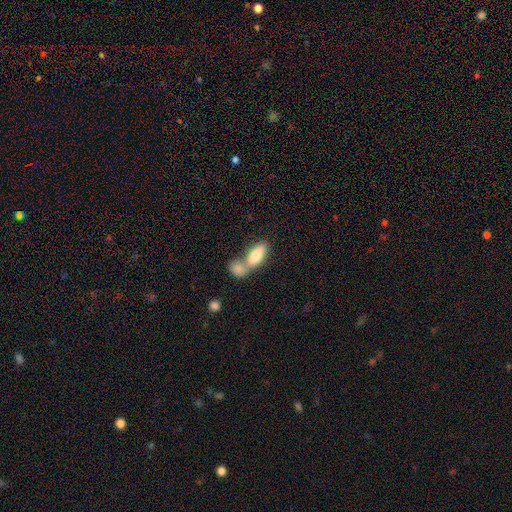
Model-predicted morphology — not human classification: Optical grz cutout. It shows a smooth galaxy with no disk features (76%) that is in between round and cigar-shaped (81%). Merging: merger (58%).